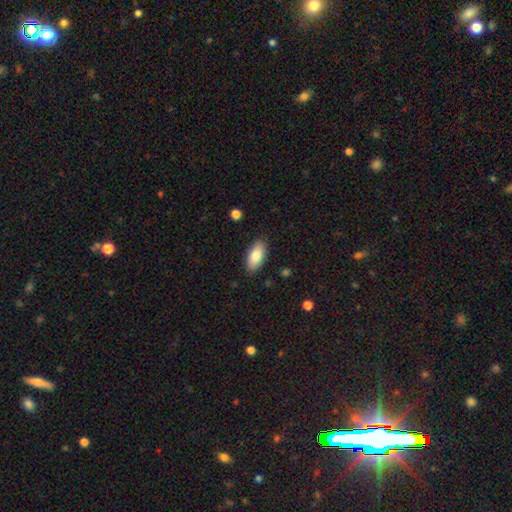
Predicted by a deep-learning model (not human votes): This appears to be a smooth galaxy with no disk features (84%) that is in between round and cigar-shaped (90%). Merging: none (87%).